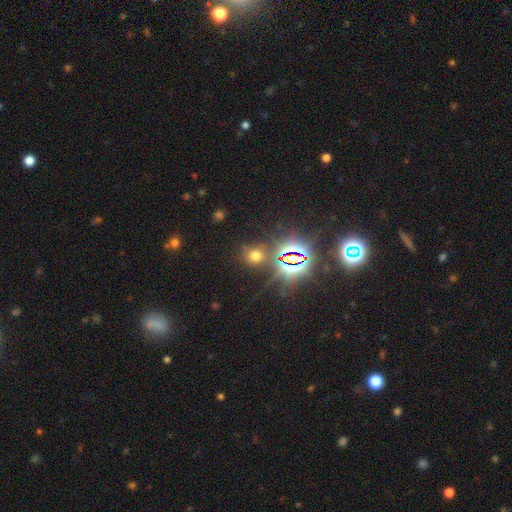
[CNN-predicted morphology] smooth_or_featured: smooth (p=0.50) [alt: star or artifact p=0.42]
how_rounded: round (p=0.80) [alt: in between p=0.19]
merging: none (p=0.77) [alt: minor disturbance p=0.11]